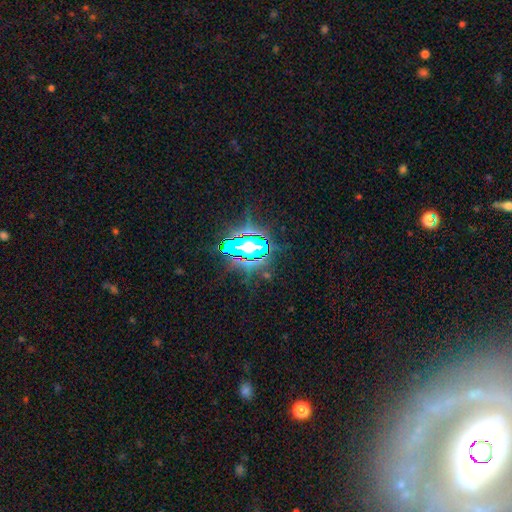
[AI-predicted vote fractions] Morphology: type=star or artifact (77%).